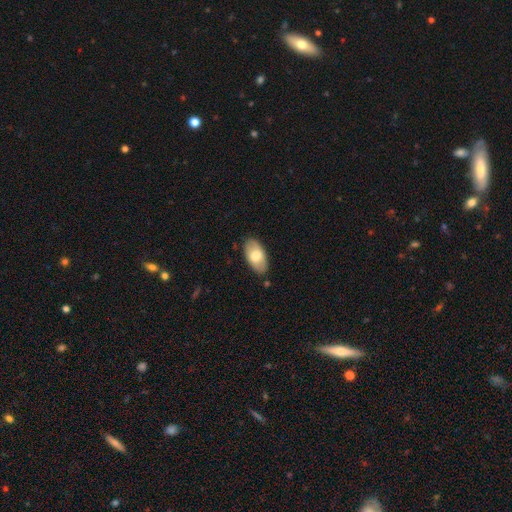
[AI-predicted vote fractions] Smooth or featured?
  - smooth: 72% *
  - featured or disk: 23%
  - star or artifact: 6%
How rounded?
  - in between: 95% *
  - round: 3%
  - cigar-shaped: 2%
Merging?
  - none: 84% *
  - minor disturbance: 12%
  - major disturbance: 3%
  - merger: 2%